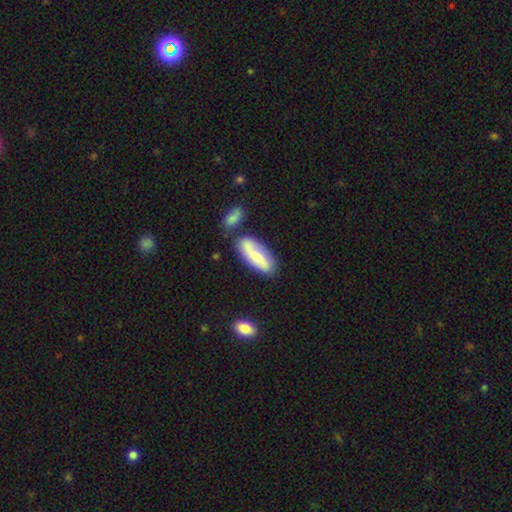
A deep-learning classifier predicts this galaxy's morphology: smooth_or_featured: smooth (p=0.56) [alt: featured or disk p=0.38]
how_rounded: in between (p=0.71) [alt: cigar-shaped p=0.26]
merging: none (p=0.62) [alt: minor disturbance p=0.18]